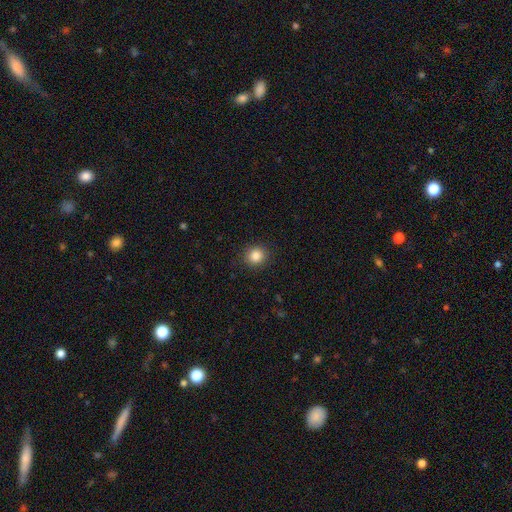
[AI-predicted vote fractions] This appears to be a smooth galaxy with no disk features (85%) that is round (87%). Merging: none (90%).